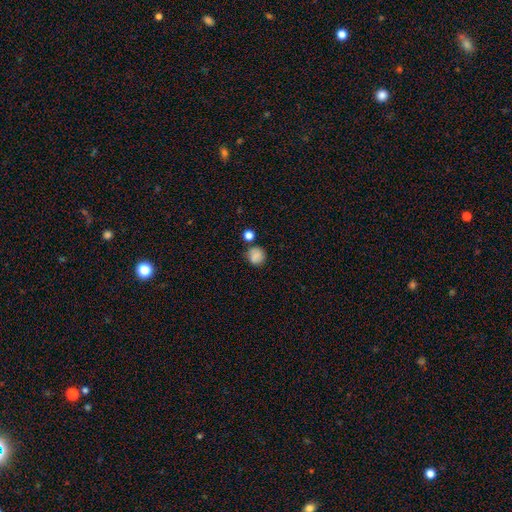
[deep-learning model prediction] Q: Smooth or featured?
A: smooth (84%); runner-up: star or artifact (10%)
Q: How rounded?
A: round (87%); runner-up: in between (12%)
Q: Merging?
A: none (73%); runner-up: minor disturbance (14%)